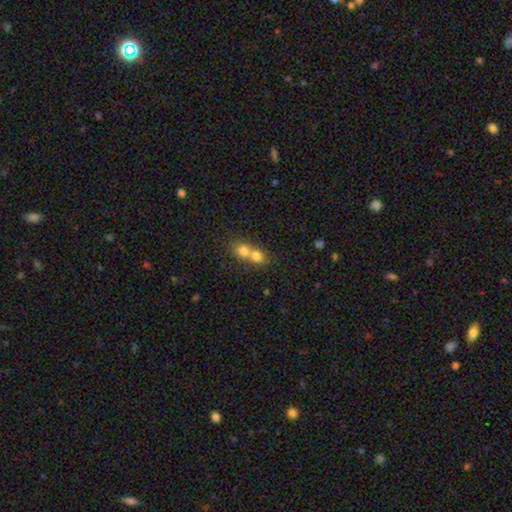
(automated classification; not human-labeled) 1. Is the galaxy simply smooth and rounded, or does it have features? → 74% smooth, 15% featured or disk, 10% star or artifact.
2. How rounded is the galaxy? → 66% round, 32% in between, 1% cigar-shaped.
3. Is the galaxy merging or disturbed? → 73% merger, 21% none, 4% minor disturbance, 2% major disturbance.